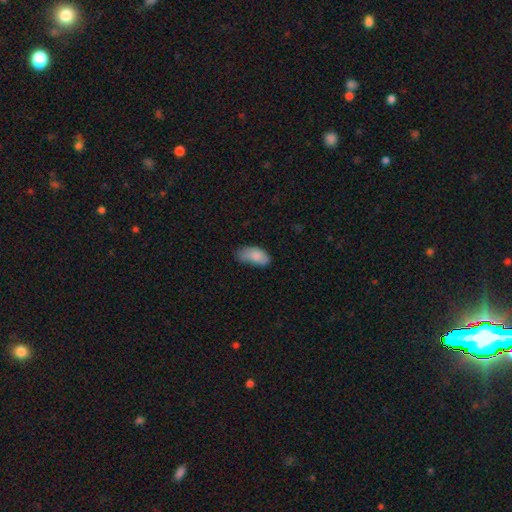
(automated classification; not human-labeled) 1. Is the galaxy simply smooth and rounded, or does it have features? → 85% smooth, 8% featured or disk, 7% star or artifact.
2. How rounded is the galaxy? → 93% in between, 4% cigar-shaped, 3% round.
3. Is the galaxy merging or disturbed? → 44% none, 41% minor disturbance, 12% major disturbance, 3% merger.